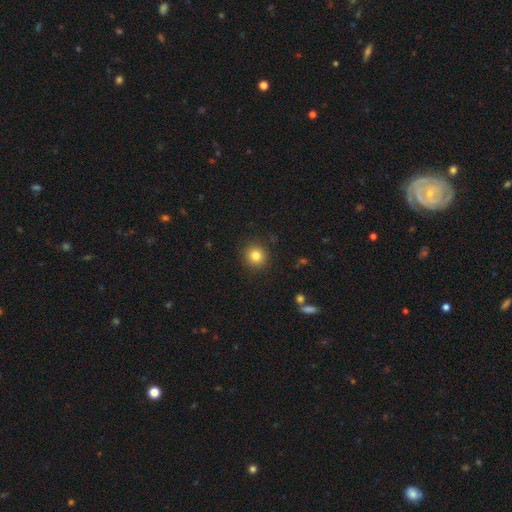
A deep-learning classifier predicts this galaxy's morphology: This is clearly a smooth galaxy (82%). How rounded: clearly round (92%). Merging: clearly none (90%).